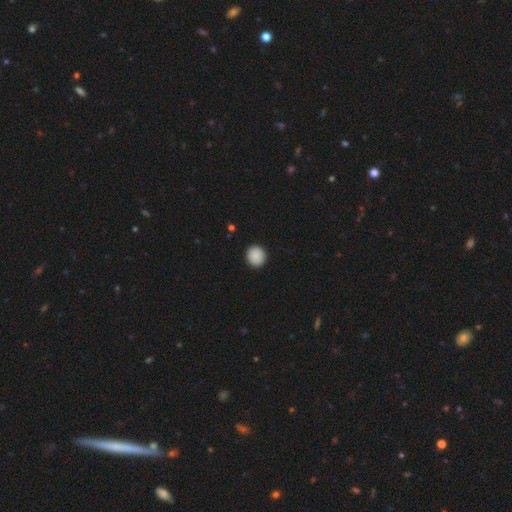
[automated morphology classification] Smooth or featured? Predicted: smooth (p=0.89). How rounded? Predicted: round (p=0.89). Merging? Predicted: none (p=0.92).